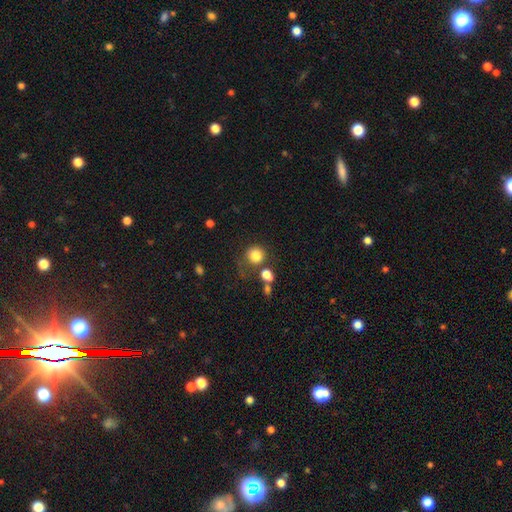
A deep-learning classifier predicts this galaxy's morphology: Overall: smooth (82%). How rounded: round (89%). Merging: none (64%).